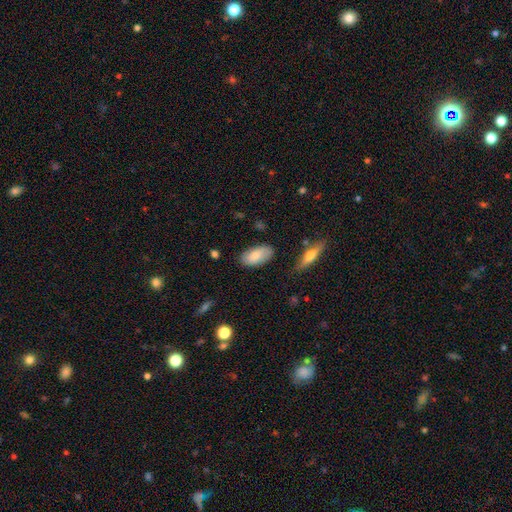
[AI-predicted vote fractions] This appears to be a smooth galaxy with no disk features (77%) that is in between round and cigar-shaped (93%). Merging: none (80%).